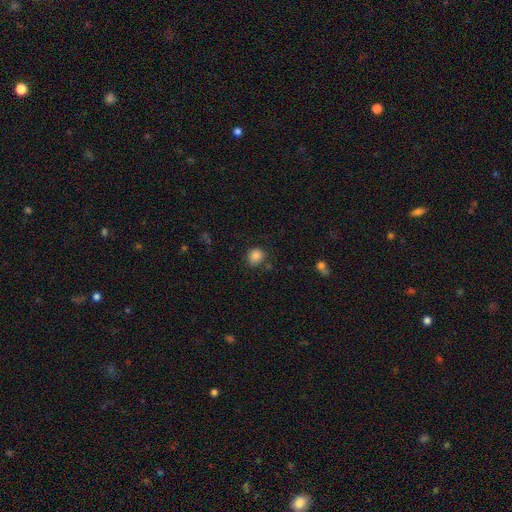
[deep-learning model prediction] Overall: smooth (85%). How rounded: round (82%). Merging: none (81%).